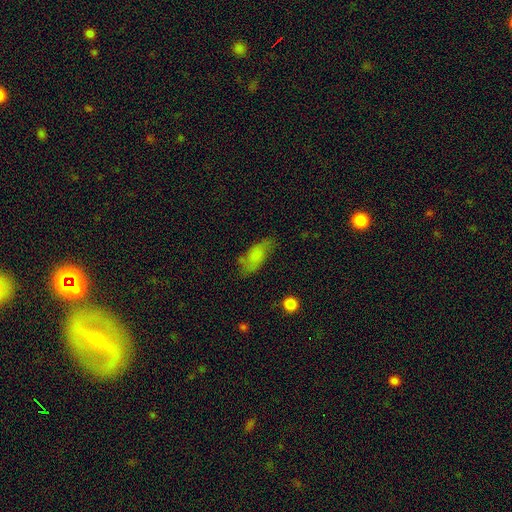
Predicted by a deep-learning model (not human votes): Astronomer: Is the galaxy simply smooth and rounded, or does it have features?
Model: smooth — 68%.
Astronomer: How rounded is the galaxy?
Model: in between — 82%.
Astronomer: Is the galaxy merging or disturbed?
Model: none — 59%.